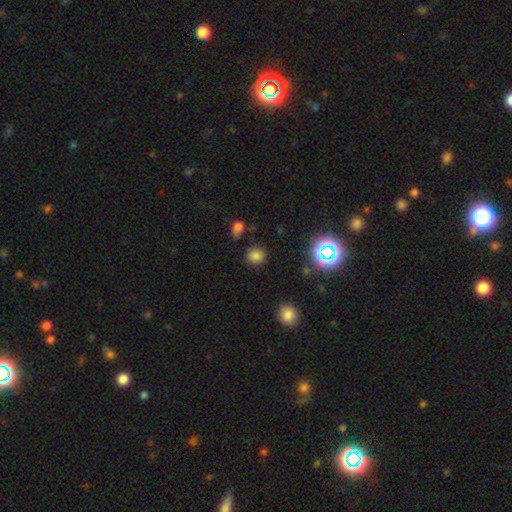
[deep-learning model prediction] smooth-or-featured: smooth: 77% | star or artifact: 18% | featured or disk: 5%
  how-rounded: round: 72% | in between: 27% | cigar-shaped: 1%
  merging: none: 83% | minor disturbance: 11% | major disturbance: 3% | merger: 3%